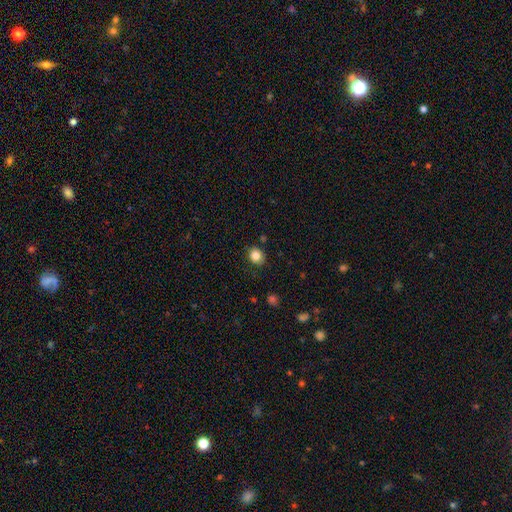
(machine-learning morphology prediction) Q: Smooth or featured?
A: smooth (83%); runner-up: star or artifact (10%)
Q: How rounded?
A: round (65%); runner-up: in between (34%)
Q: Merging?
A: none (86%); runner-up: minor disturbance (10%)